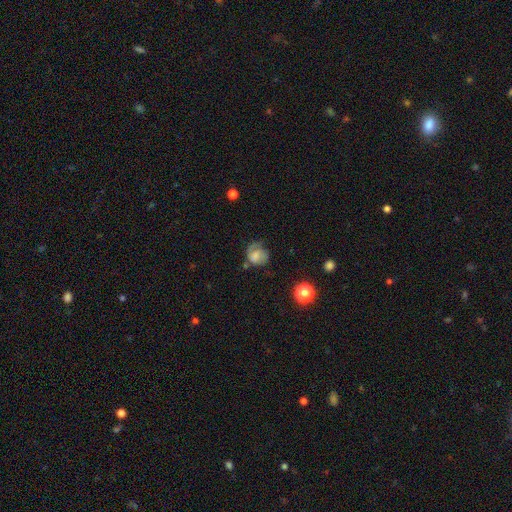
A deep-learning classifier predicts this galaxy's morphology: Q: Smooth or featured?
A: smooth (53%); runner-up: featured or disk (35%)
Q: How rounded?
A: round (67%); runner-up: in between (32%)
Q: Merging?
A: none (41%); runner-up: minor disturbance (28%)